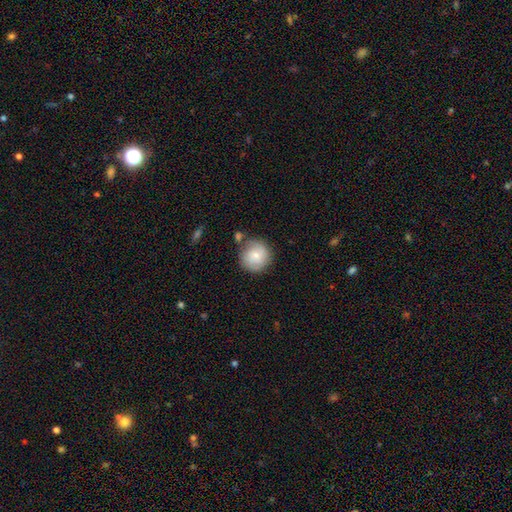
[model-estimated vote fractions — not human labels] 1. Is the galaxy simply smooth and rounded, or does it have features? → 71% smooth, 22% featured or disk, 7% star or artifact.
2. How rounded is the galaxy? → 92% round, 7% in between, 1% cigar-shaped.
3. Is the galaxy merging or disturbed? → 69% none, 17% minor disturbance, 9% merger, 5% major disturbance.